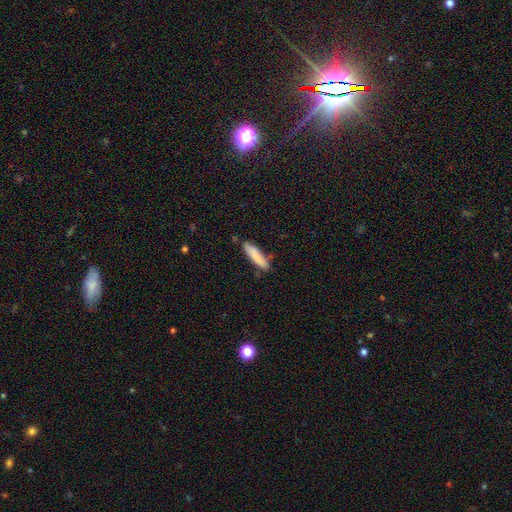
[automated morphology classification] Smooth or featured? smooth (84%)
How rounded? cigar-shaped (79%)
Merging? none (79%)